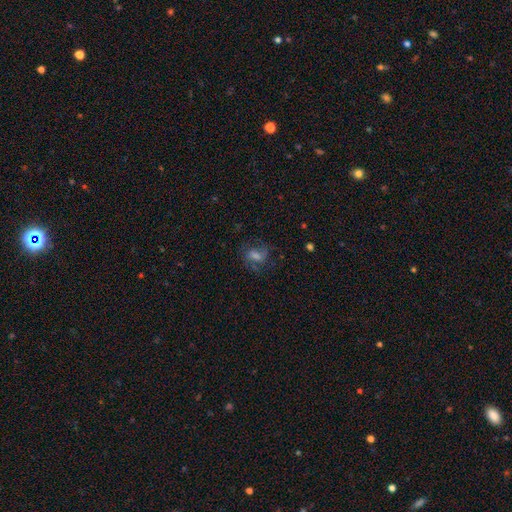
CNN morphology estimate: featured or disk 56%, smooth 26%, star or artifact 18%. Down the decision tree: edge-on disk — no (96%); bar — weak (48%); spiral arms — yes (87%); bulge size — moderate (41%); merging — none (69%).